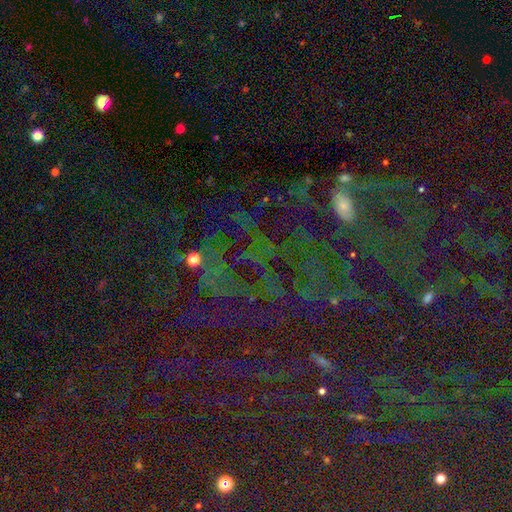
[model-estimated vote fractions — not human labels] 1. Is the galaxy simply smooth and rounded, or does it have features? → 70% star or artifact, 16% smooth, 14% featured or disk.